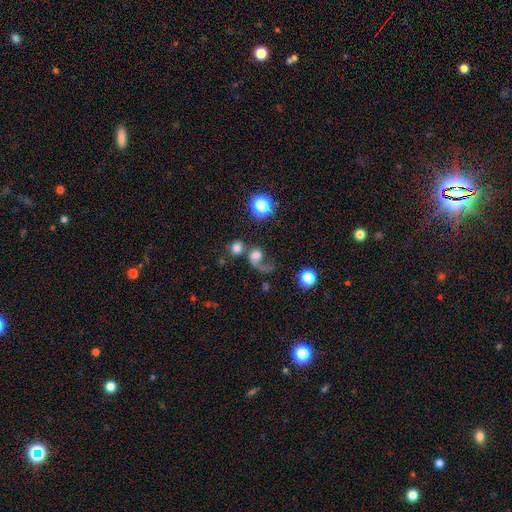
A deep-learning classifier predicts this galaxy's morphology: This appears to be a smooth galaxy with no disk features (54%) that is round (68%). Merging: major disturbance (40%).